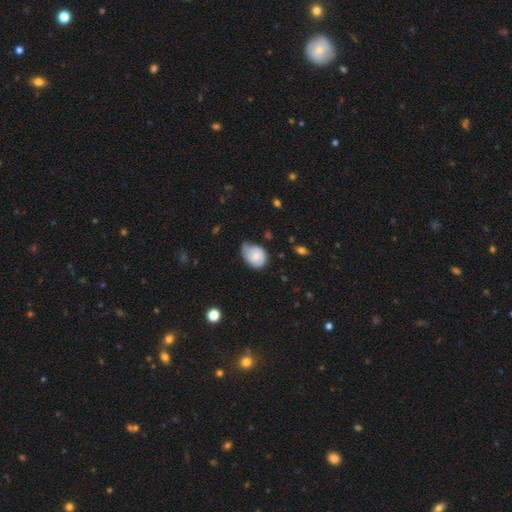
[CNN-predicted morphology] This appears to be a smooth galaxy with no disk features (53%) that is in between round and cigar-shaped (59%). Merging: minor disturbance (43%).